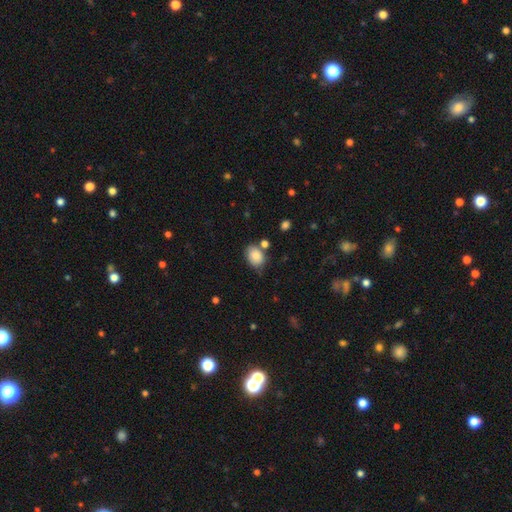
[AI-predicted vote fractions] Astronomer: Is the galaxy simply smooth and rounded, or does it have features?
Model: smooth — 84%.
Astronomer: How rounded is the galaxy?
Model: in between — 71%.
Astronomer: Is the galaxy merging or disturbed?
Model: none — 65%.